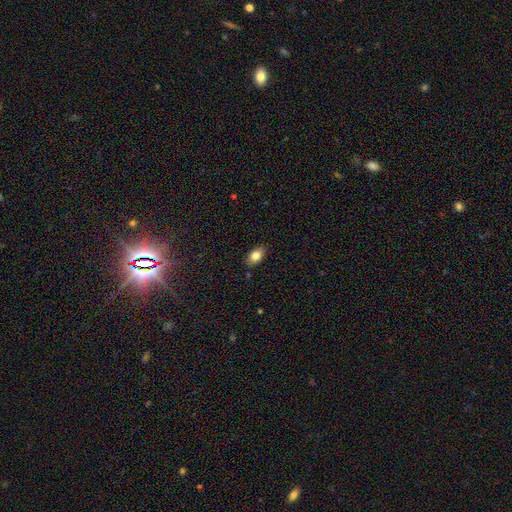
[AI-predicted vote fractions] A smooth galaxy with no disk features (82%) that is in between round and cigar-shaped (89%).

Vote fractions:
- Smooth or featured? smooth: 82% / featured or disk: 10% / star or artifact: 8%
- How rounded? in between: 89% / round: 8% / cigar-shaped: 3%
- Merging? none: 85% / minor disturbance: 11% / major disturbance: 2% / merger: 1%